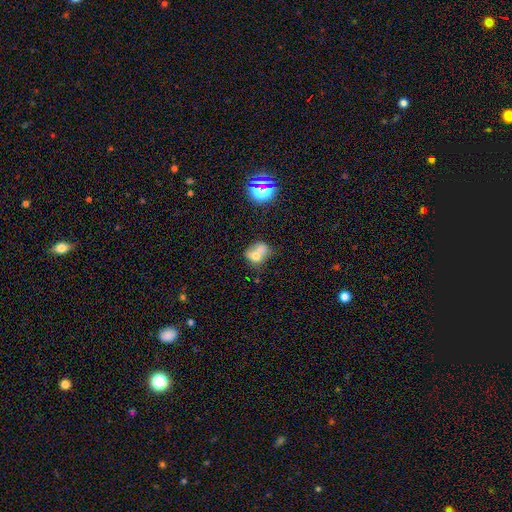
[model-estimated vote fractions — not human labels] smooth_or_featured: smooth (p=0.64) [alt: featured or disk p=0.23]
how_rounded: round (p=0.56) [alt: in between p=0.43]
merging: merger (p=0.64) [alt: none p=0.23]